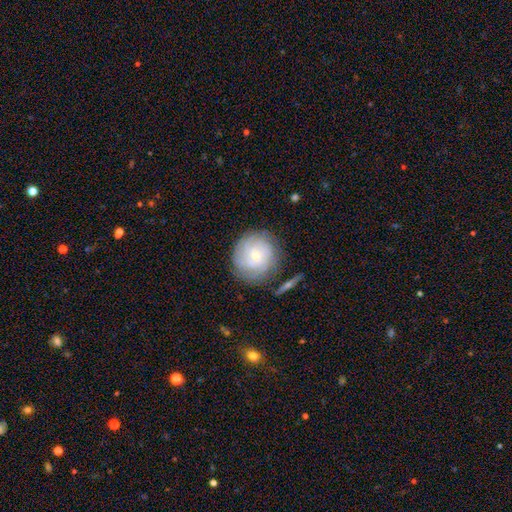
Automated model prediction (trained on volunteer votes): A featured or disk galaxy (56%) with no bar (74%), spiral arms (84%) and a small central bulge (74%). Merging: none (77%).